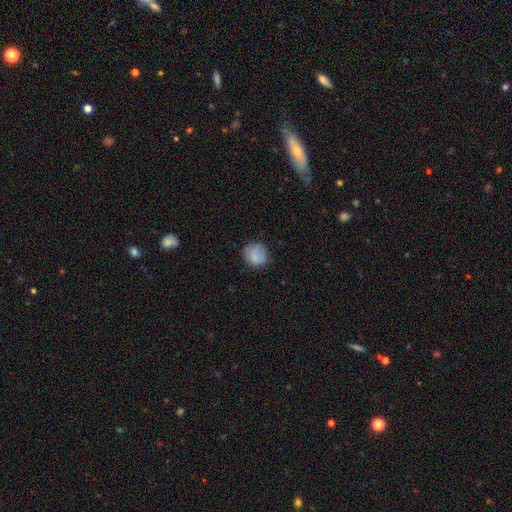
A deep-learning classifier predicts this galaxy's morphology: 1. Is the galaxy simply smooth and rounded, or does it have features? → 83% smooth, 8% star or artifact, 8% featured or disk.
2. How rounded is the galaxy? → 85% round, 15% in between, 1% cigar-shaped.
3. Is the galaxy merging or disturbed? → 72% none, 22% minor disturbance, 6% major disturbance, 1% merger.